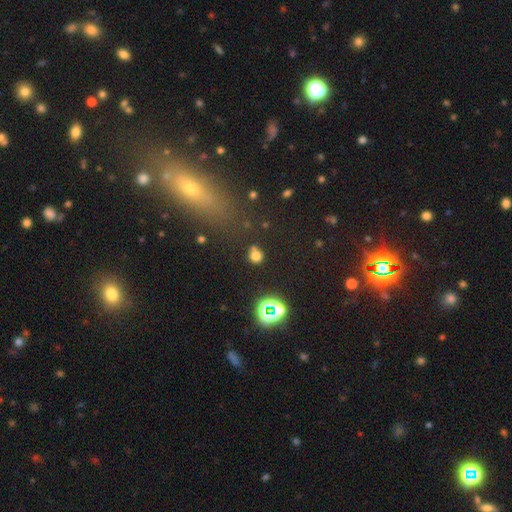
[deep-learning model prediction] This is likely a smooth galaxy (71%). How rounded: clearly round (82%). Merging: likely none (68%).